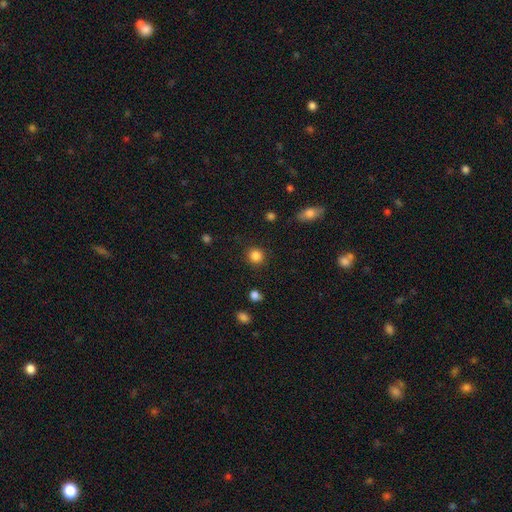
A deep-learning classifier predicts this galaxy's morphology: Overall: smooth (85%). How rounded: round (92%). Merging: none (90%).